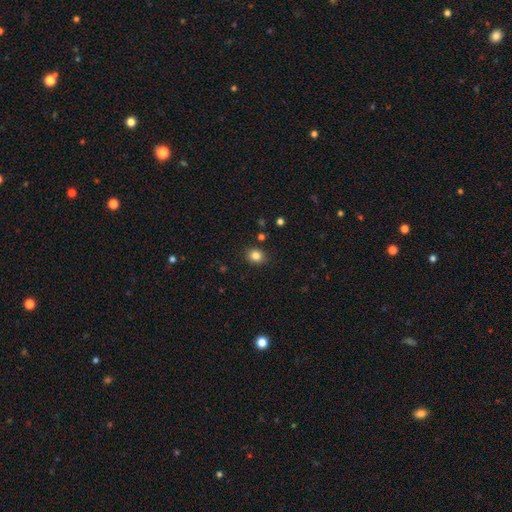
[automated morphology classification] This is clearly a smooth galaxy (83%). How rounded: likely round (70%). Merging: clearly none (87%).